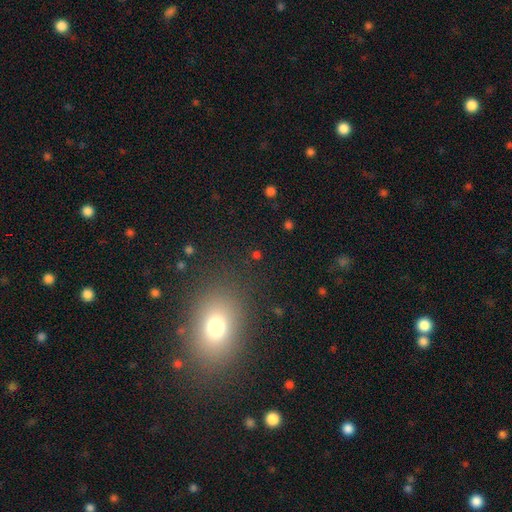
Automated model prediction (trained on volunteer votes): Morphology: type=smooth (59%); roundness=round (51%); merging=none (81%).